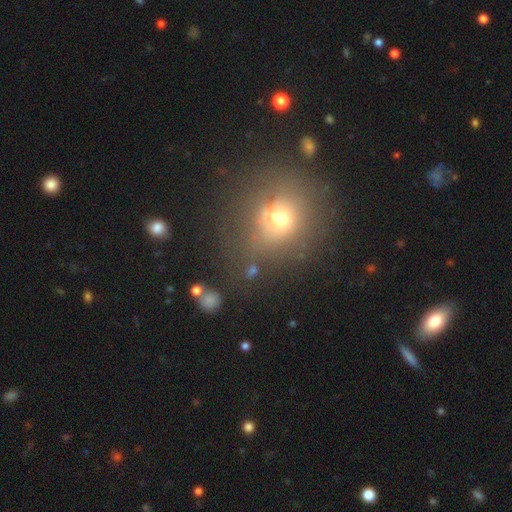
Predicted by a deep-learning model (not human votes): Overall: smooth (59%; star or artifact 29%). How rounded: round (84%). Merging: none (81%).